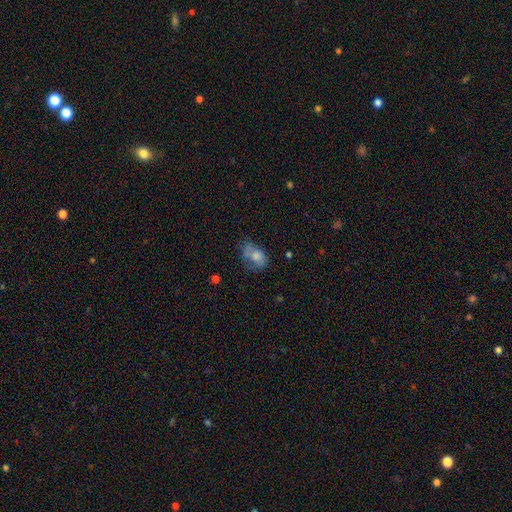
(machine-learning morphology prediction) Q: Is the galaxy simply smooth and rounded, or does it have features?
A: smooth — 65%.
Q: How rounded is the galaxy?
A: in between — 81%.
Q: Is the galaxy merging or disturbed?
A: none — 32%, tied with minor disturbance.